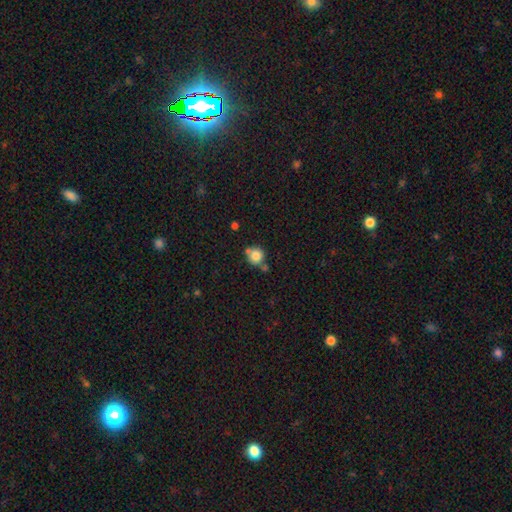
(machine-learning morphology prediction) The model was most divided on "merging": none: 59%, merger: 22%, minor disturbance: 14%, major disturbance: 4%. More confident: how rounded — round (89%); smooth or featured — smooth (81%).